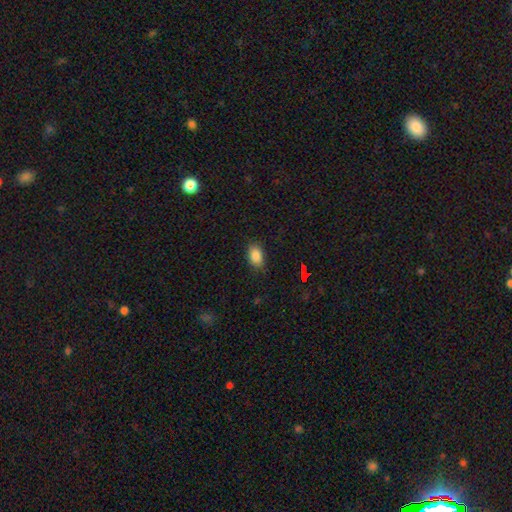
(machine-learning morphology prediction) A smooth galaxy with no disk features (86%) that is in between round and cigar-shaped (87%).

Vote fractions:
- Smooth or featured? smooth: 86% / star or artifact: 9% / featured or disk: 5%
- How rounded? in between: 87% / round: 11% / cigar-shaped: 2%
- Merging? none: 84% / minor disturbance: 12% / major disturbance: 3% / merger: 1%